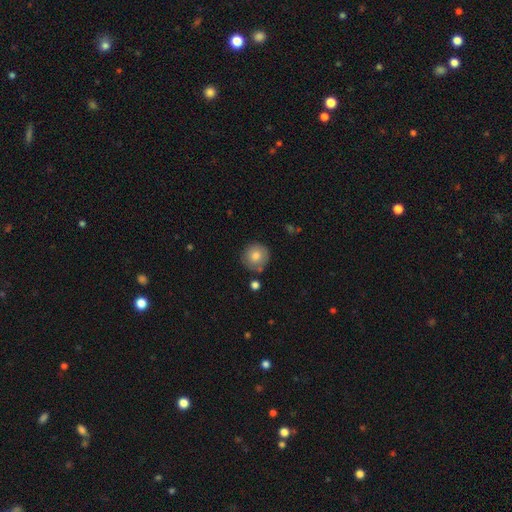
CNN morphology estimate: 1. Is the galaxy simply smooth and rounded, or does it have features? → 78% smooth, 13% featured or disk, 9% star or artifact.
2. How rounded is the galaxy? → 94% round, 5% in between, 1% cigar-shaped.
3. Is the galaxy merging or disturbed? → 80% none, 12% minor disturbance, 5% merger, 3% major disturbance.